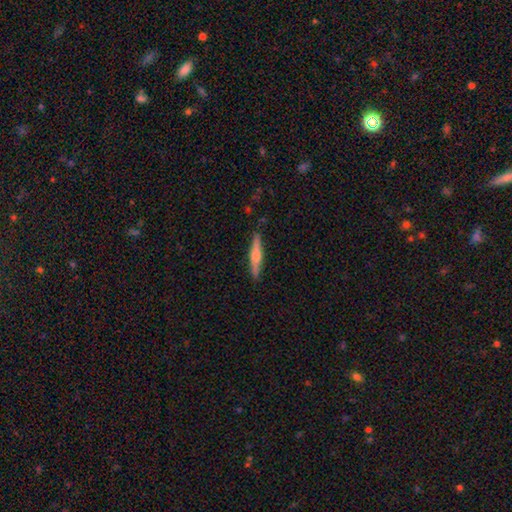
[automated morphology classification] smooth_or_featured: featured or disk (p=0.51) [alt: smooth p=0.43]
disk_edge_on: yes (p=0.96) [alt: no p=0.04]
merging: none (p=0.88) [alt: minor disturbance p=0.09]